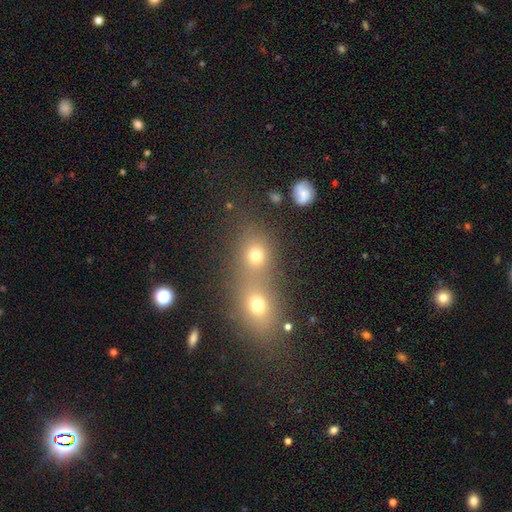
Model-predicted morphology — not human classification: Smooth or featured? smooth (70%)
How rounded? round (65%)
Merging? merger (56%)